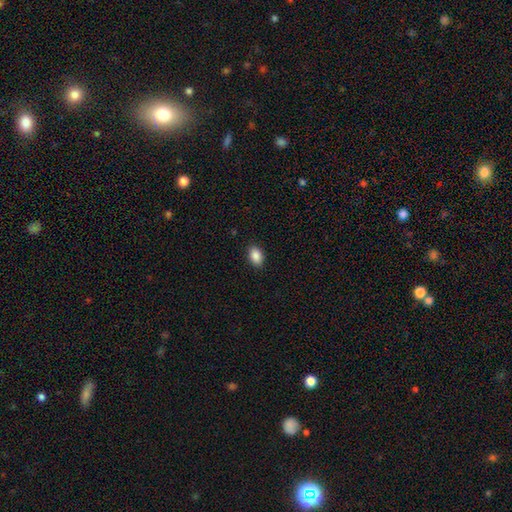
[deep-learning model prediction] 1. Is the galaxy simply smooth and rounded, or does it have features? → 89% smooth, 8% star or artifact, 3% featured or disk.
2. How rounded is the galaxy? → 88% in between, 10% round, 1% cigar-shaped.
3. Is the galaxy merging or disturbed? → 89% none, 8% minor disturbance, 2% major disturbance, 1% merger.